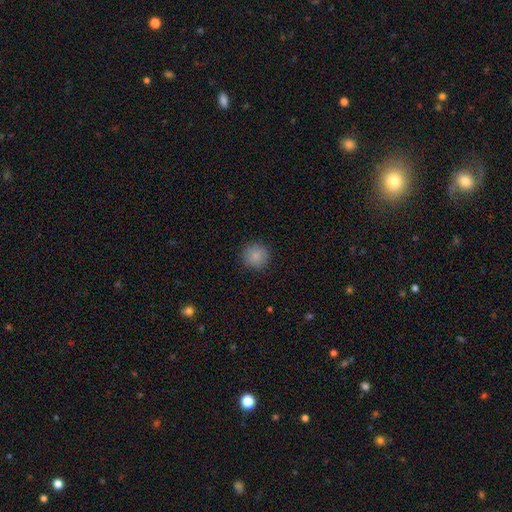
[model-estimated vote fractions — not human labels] Morphology: type=smooth (86%); roundness=round (94%); merging=none (90%).